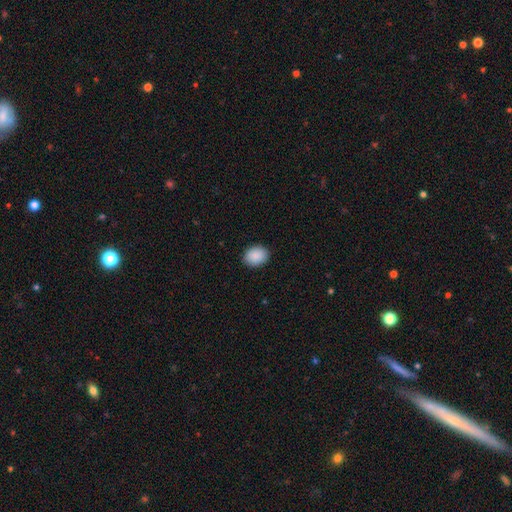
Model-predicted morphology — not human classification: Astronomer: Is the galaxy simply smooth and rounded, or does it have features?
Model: smooth — 91%.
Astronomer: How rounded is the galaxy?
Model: in between — 59% (runner-up: round, 40%).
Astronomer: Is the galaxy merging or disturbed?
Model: none — 89%.